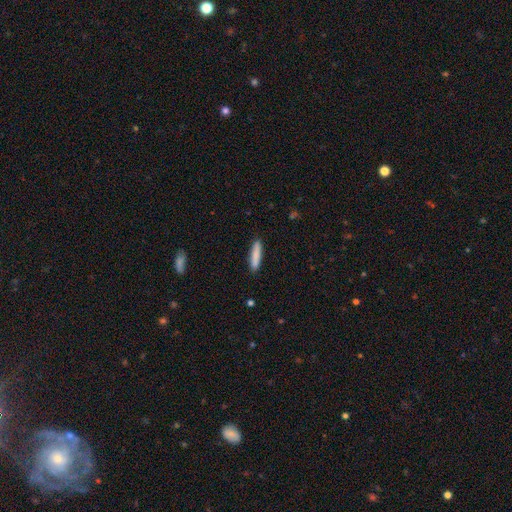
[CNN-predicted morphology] Smooth or featured: smooth — 85% (featured or disk — 9%)
How rounded: cigar-shaped — 87% (in between — 12%)
Merging: none — 90% (minor disturbance — 8%)